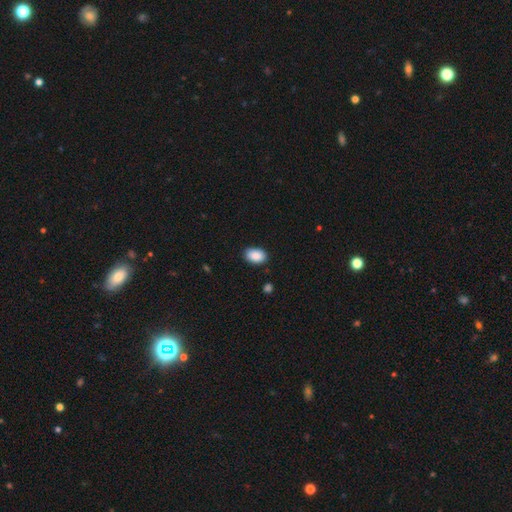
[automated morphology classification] type=smooth (90%); roundness=in between (87%); merging=none (87%).